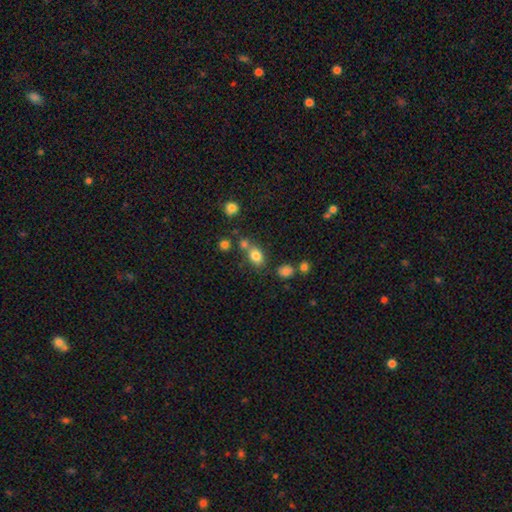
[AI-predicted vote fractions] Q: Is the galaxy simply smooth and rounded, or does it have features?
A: smooth — 80%.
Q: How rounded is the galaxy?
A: in between — 67%.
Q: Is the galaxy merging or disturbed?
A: none — 58%.